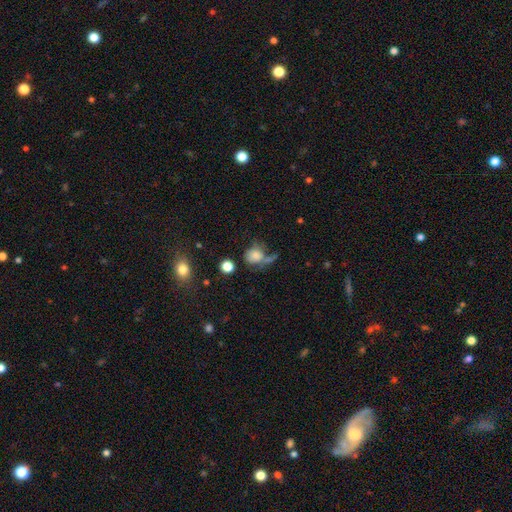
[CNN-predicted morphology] The model was most divided on "merging": none: 36%, merger: 22%, major disturbance: 22%, minor disturbance: 21%. More confident: smooth or featured — smooth (75%); how rounded — round (63%).